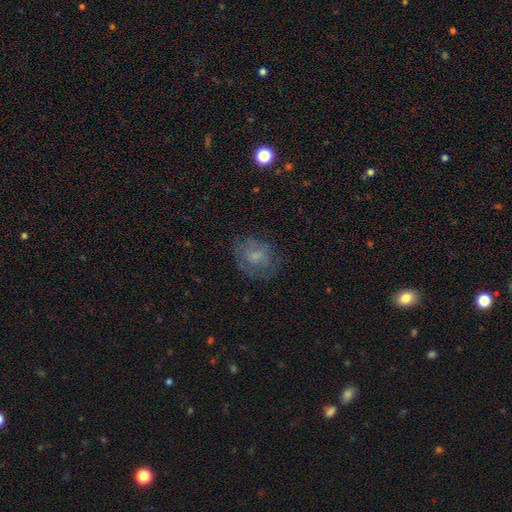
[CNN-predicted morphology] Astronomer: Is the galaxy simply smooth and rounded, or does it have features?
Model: smooth — 50% (runner-up: featured or disk, 38%).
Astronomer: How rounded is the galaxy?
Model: round — 54% (runner-up: in between, 45%).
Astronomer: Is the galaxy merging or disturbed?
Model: none — 65%.